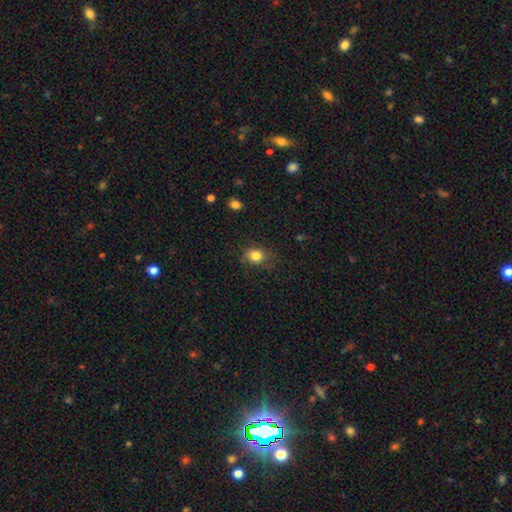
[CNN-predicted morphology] Smooth or featured? smooth (82%)
How rounded? round (56%)
Merging? none (66%)